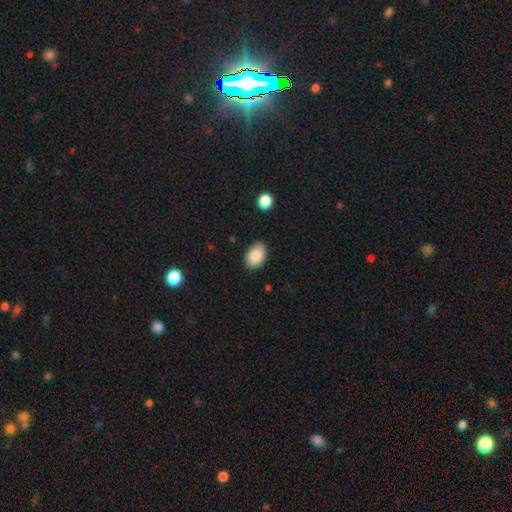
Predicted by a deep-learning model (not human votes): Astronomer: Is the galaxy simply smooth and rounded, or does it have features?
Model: smooth — 88%.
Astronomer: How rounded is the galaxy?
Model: in between — 86%.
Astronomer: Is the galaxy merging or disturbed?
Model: none — 82%.